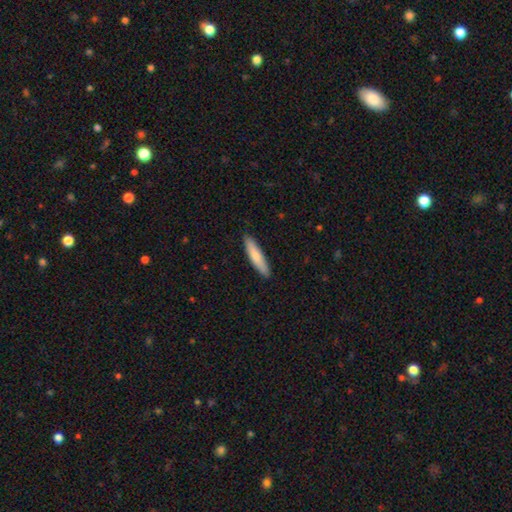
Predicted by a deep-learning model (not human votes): smooth-or-featured: smooth: 79% | featured or disk: 16% | star or artifact: 5%
  how-rounded: cigar-shaped: 84% | in between: 15% | round: 1%
  merging: none: 90% | minor disturbance: 8% | major disturbance: 1% | merger: 1%